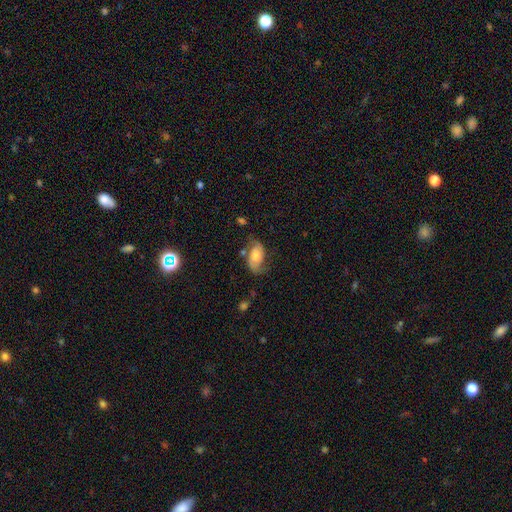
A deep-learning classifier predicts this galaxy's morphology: A featured or disk galaxy (50%). Merging: none (56%).